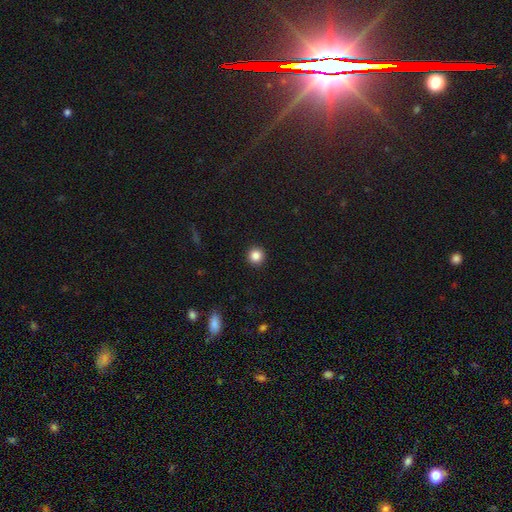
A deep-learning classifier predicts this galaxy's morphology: smooth-or-featured: smooth: 85% | star or artifact: 11% | featured or disk: 4%
  how-rounded: round: 96% | in between: 4% | cigar-shaped: 1%
  merging: none: 93% | minor disturbance: 4% | major disturbance: 2% | merger: 1%